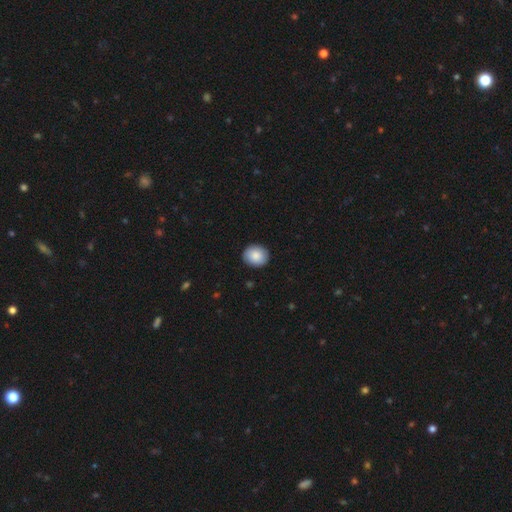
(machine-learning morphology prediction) This appears to be a smooth galaxy with no disk features (87%) that is round (74%). Merging: none (90%).